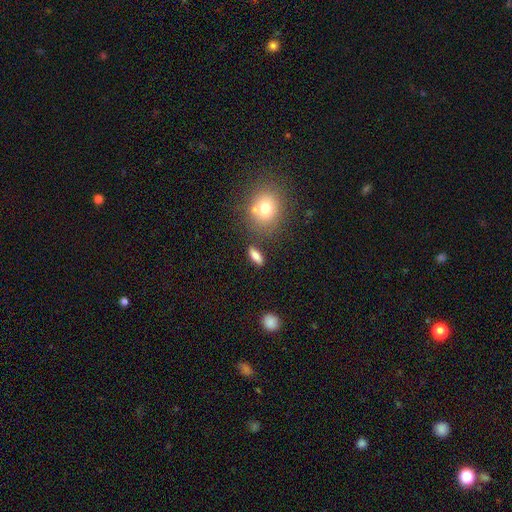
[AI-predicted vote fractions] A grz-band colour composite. It shows a smooth galaxy with no disk features (77%) that is in between round and cigar-shaped (57%). Merging: none (80%).